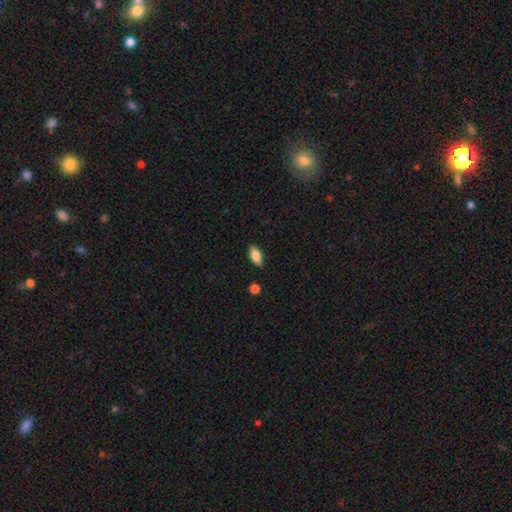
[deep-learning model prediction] Q: Smooth or featured?
A: smooth (82%); runner-up: featured or disk (11%)
Q: How rounded?
A: in between (88%); runner-up: cigar-shaped (9%)
Q: Merging?
A: none (87%); runner-up: minor disturbance (10%)